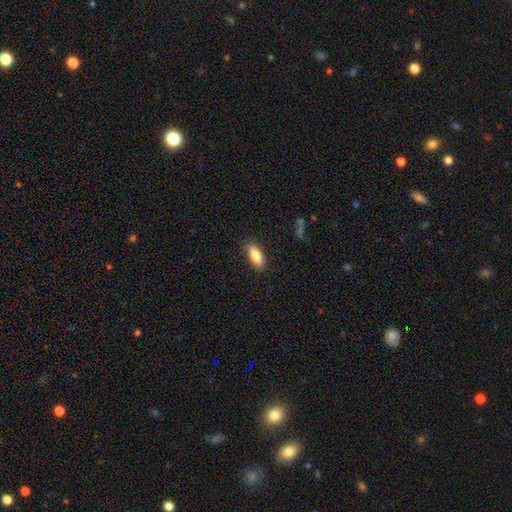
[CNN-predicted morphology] smooth-or-featured: smooth: 83% | featured or disk: 10% | star or artifact: 6%
  how-rounded: in between: 78% | cigar-shaped: 20% | round: 2%
  merging: none: 87% | minor disturbance: 10% | major disturbance: 2% | merger: 1%